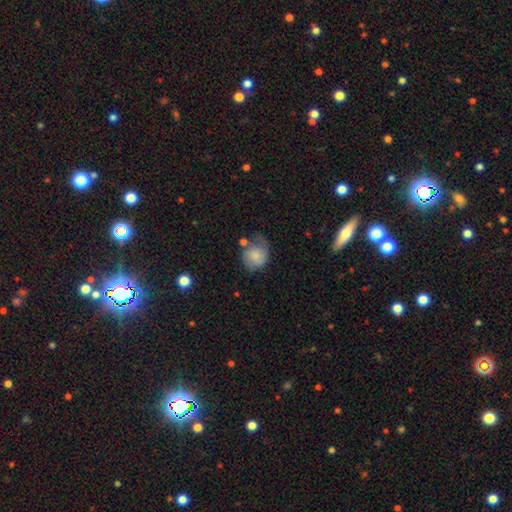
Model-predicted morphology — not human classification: Q: Smooth or featured?
A: smooth (67%); runner-up: featured or disk (25%)
Q: How rounded?
A: round (74%); runner-up: in between (25%)
Q: Merging?
A: none (36%); runner-up: minor disturbance (31%)